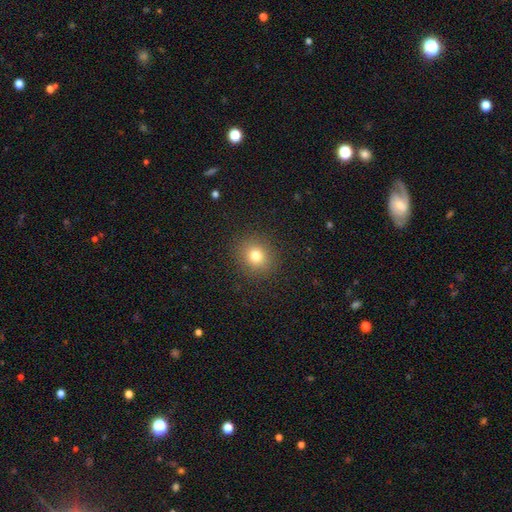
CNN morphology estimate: A smooth galaxy with no disk features (78%) that is round (79%).

Vote fractions:
- Smooth or featured? smooth: 78% / star or artifact: 14% / featured or disk: 9%
- How rounded? round: 79% / in between: 20% / cigar-shaped: 1%
- Merging? none: 90% / minor disturbance: 7% / major disturbance: 3% / merger: 1%